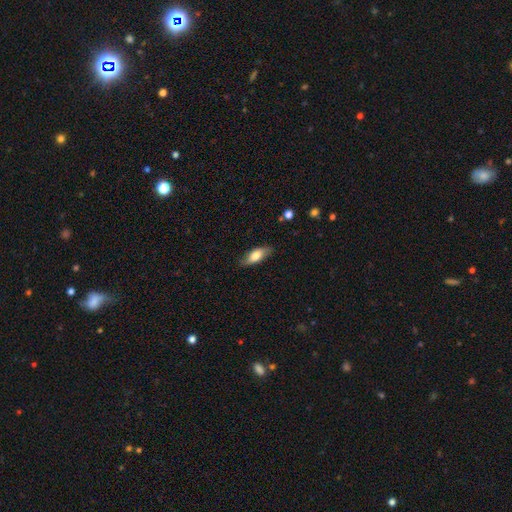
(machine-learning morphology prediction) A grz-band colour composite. It shows a smooth galaxy with no disk features (68%) that is in between round and cigar-shaped (75%). Merging: none (79%).